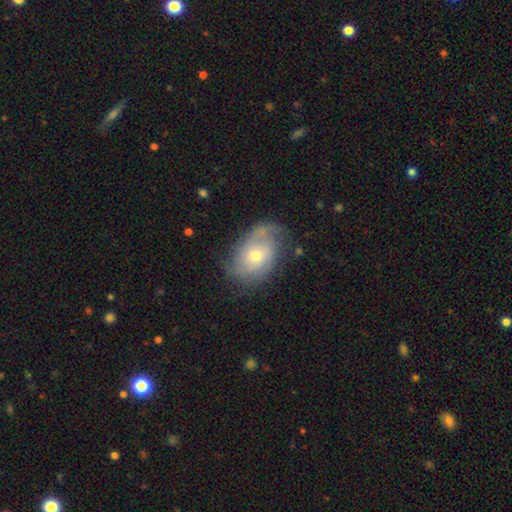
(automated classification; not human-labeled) smooth-or-featured: featured or disk: 69% | smooth: 25% | star or artifact: 7%
  disk-edge-on: no: 96% | yes: 4%
    bar: no: 71% | weak: 26% | strong: 3%
    has-spiral-arms: yes: 88% | no: 12%
      spiral-winding: tight: 44% | medium: 38% | loose: 19%
      spiral-arm-count: 2: 39% | can't tell: 32% | 1: 11% | 3: 11% | 4: 3% | more than 4: 3%
    bulge-size: moderate: 51% | small: 44% | large: 3% | none: 1% | dominant: 1%
  merging: none: 63% | minor disturbance: 24% | major disturbance: 11% | merger: 2%